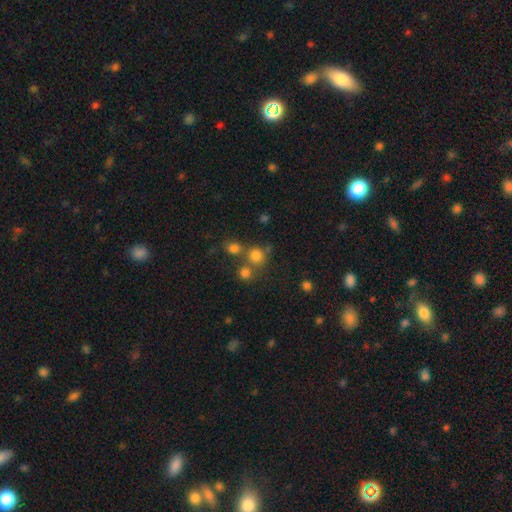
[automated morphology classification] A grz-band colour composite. It shows a smooth galaxy with no disk features (75%) that is round (87%). Merging: none (59%).